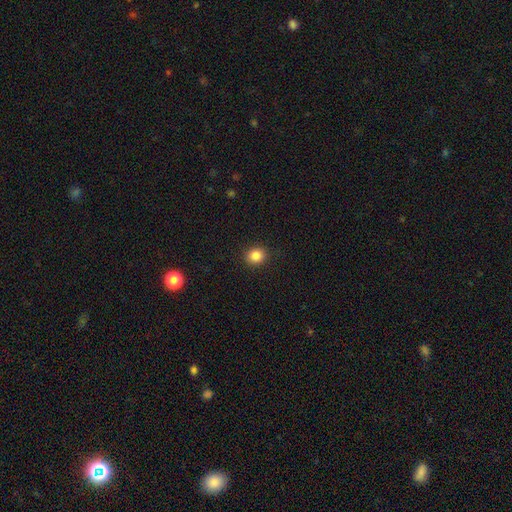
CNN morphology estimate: Smooth or featured? Predicted: smooth (p=0.85). How rounded? Predicted: round (p=0.75). Merging? Predicted: none (p=0.91).